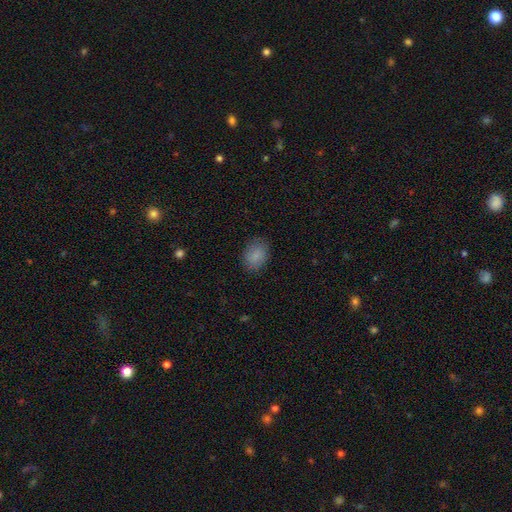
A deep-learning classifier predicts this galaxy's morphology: Overall: smooth (86%). How rounded: in between (72%). Merging: none (83%).